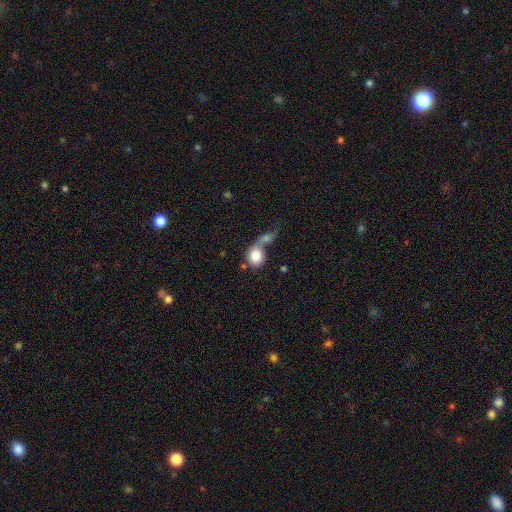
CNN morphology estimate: Smooth or featured: smooth — 81% (featured or disk — 12%)
How rounded: round — 67% (in between — 31%)
Merging: merger — 60% (none — 22%)